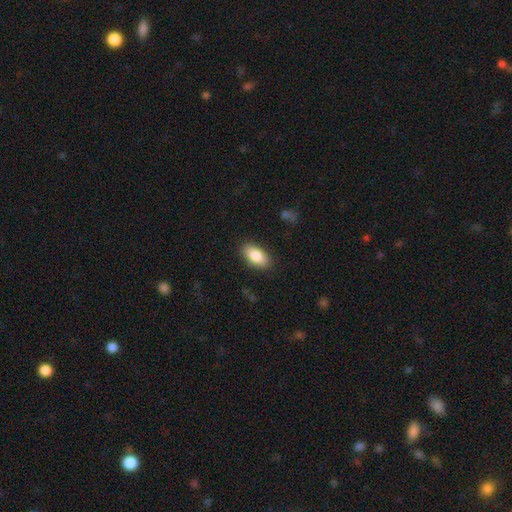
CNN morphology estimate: The model was most divided on "smooth or featured": smooth: 85%, featured or disk: 8%, star or artifact: 6%. More confident: how rounded — in between (92%); merging — none (88%).